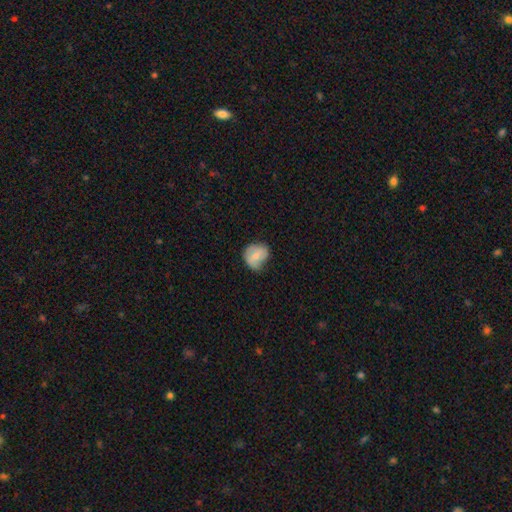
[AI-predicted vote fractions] This appears to be a smooth galaxy with no disk features (67%) that is round (75%). Merging: none (55%).